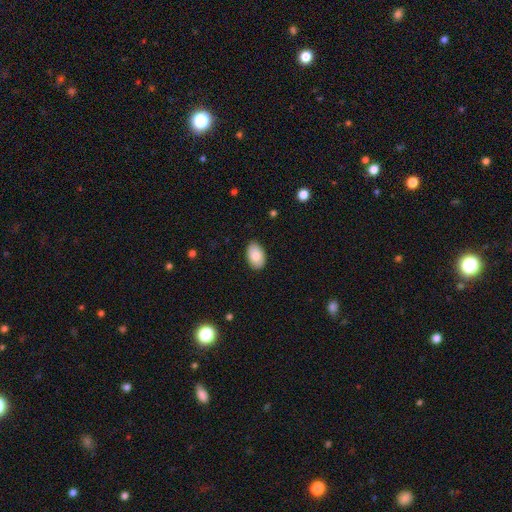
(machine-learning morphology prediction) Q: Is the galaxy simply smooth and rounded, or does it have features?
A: smooth — 81%.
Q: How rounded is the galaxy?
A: in between — 93%.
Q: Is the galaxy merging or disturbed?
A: none — 86%.